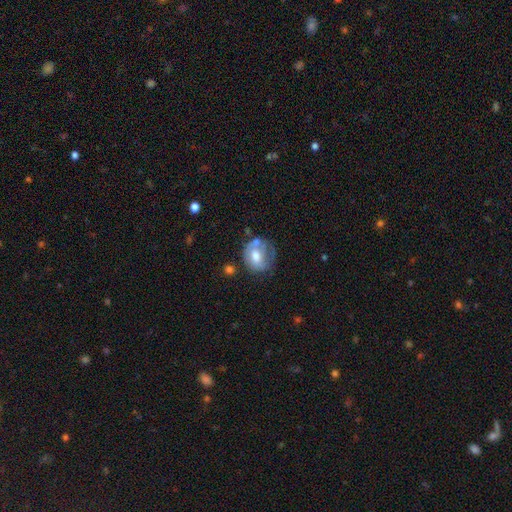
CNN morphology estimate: Smooth or featured: smooth — 48% (featured or disk — 44%)
Merging: none — 44% (minor disturbance — 28%)